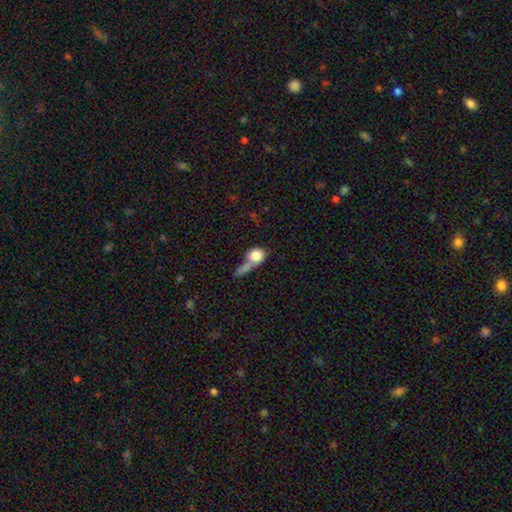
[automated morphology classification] type=smooth (75%); roundness=round (62%); merging=merger (42%).